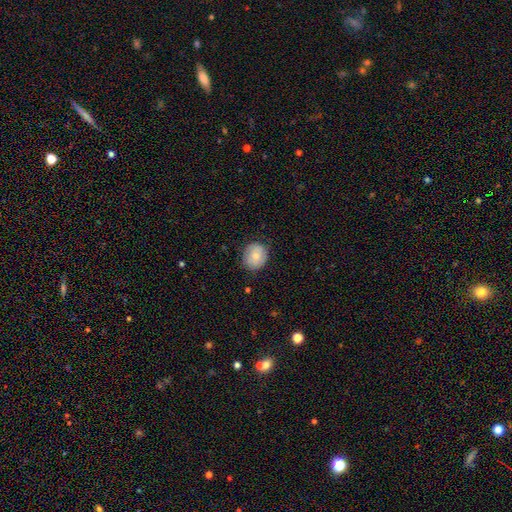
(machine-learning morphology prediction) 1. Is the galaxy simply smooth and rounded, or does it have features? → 74% smooth, 18% featured or disk, 8% star or artifact.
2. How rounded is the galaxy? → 75% round, 24% in between, 1% cigar-shaped.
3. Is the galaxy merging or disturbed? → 78% none, 17% minor disturbance, 3% major disturbance, 1% merger.